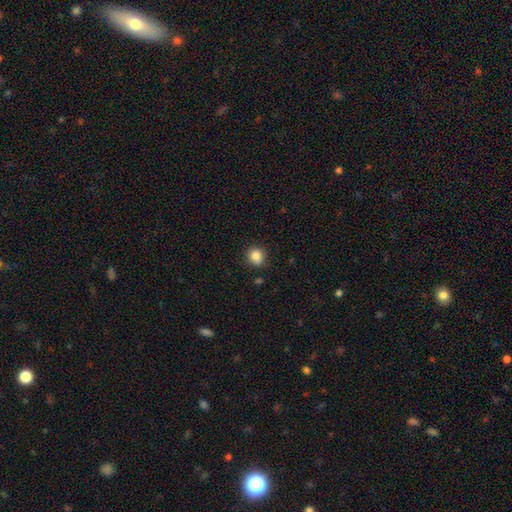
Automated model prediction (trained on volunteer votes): smooth-or-featured: smooth: 84% | star or artifact: 10% | featured or disk: 6%
  how-rounded: round: 86% | in between: 13% | cigar-shaped: 1%
  merging: none: 85% | minor disturbance: 11% | major disturbance: 2% | merger: 2%